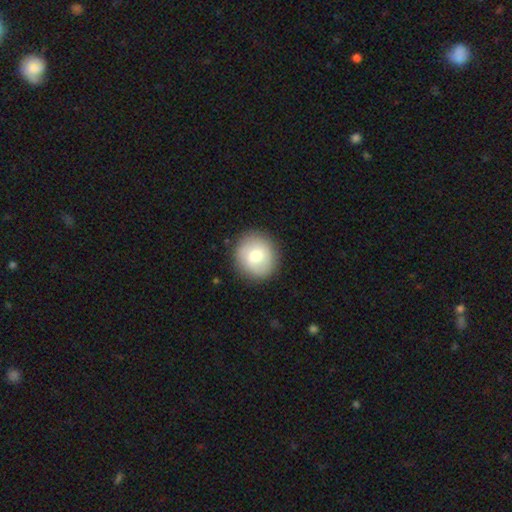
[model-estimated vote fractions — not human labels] Smooth or featured: smooth — 70% (featured or disk — 22%)
How rounded: round — 91% (in between — 8%)
Merging: none — 88% (minor disturbance — 8%)